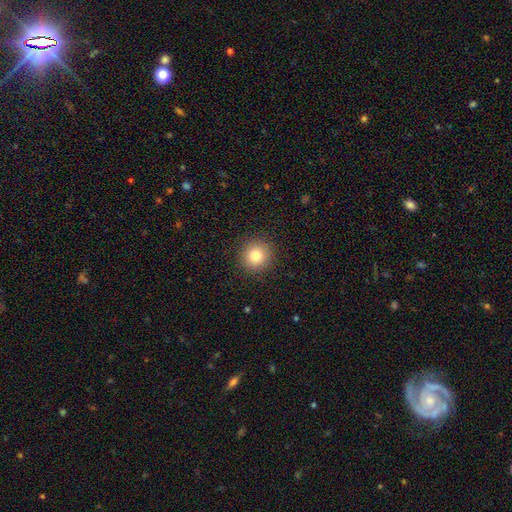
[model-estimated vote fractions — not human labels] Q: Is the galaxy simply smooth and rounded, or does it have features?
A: smooth — 81%.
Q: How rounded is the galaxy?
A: round — 94%.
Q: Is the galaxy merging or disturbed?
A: none — 92%.